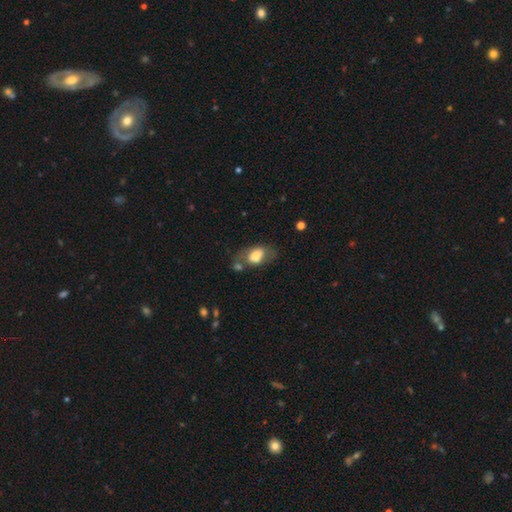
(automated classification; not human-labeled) This appears to be a smooth galaxy with no disk features (65%) that is in between round and cigar-shaped (84%). Merging: none (51%).